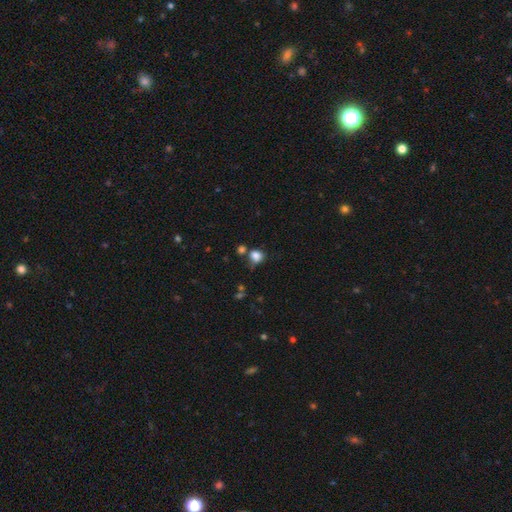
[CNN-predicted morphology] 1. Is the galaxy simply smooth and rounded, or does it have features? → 82% smooth, 12% star or artifact, 6% featured or disk.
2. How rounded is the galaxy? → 74% round, 25% in between, 1% cigar-shaped.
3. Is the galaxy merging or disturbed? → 59% none, 20% minor disturbance, 14% merger, 7% major disturbance.